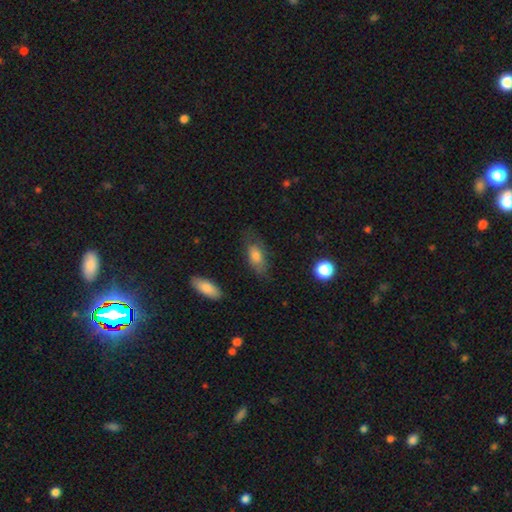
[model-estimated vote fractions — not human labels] Overall: smooth (75%). How rounded: in between (82%). Merging: none (65%).